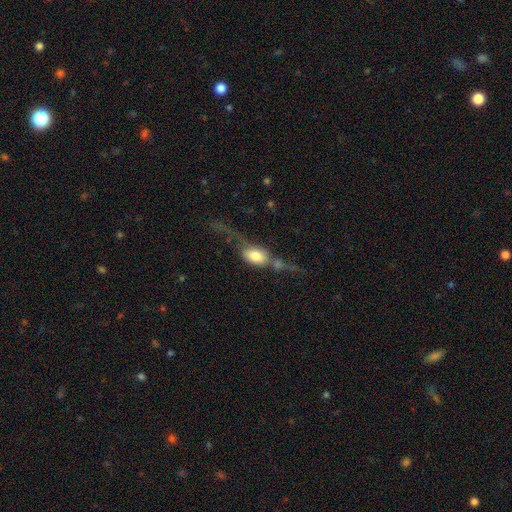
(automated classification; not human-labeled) Morphology: type=smooth (50%); roundness=in between (76%); merging=major disturbance (37%).